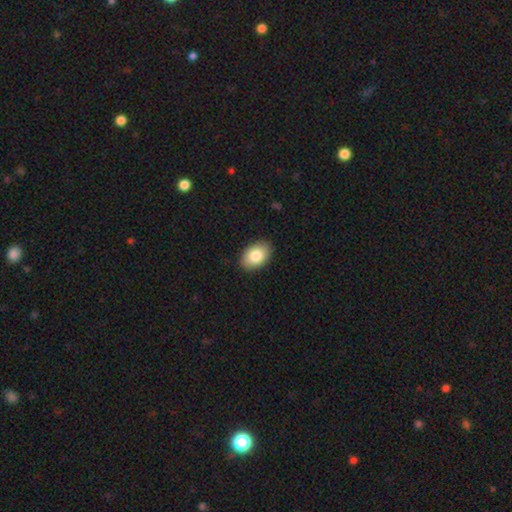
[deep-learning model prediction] Smooth or featured? smooth (84%)
How rounded? in between (90%)
Merging? none (89%)